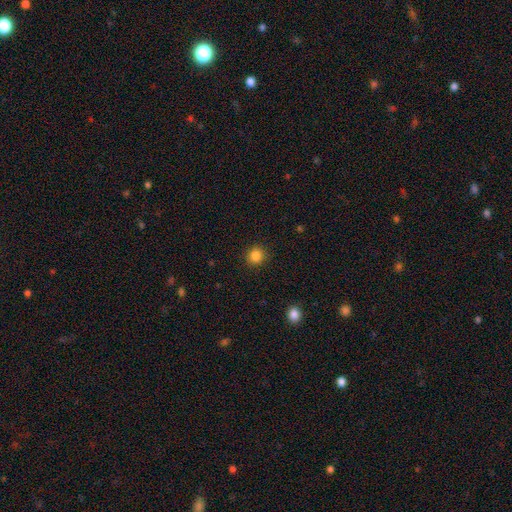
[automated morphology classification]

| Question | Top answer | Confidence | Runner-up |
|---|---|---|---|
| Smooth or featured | smooth | 85% | star or artifact (12%) |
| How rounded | round | 89% | in between (10%) |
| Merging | none | 91% | minor disturbance (6%) |